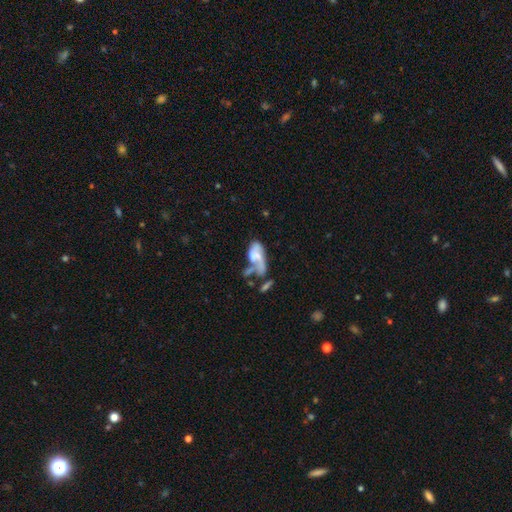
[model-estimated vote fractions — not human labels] featured or disk 56%, smooth 35%, star or artifact 9%. Down the decision tree: edge-on disk — no (94%); bar — no (72%); spiral arms — yes (56%); bulge size — none (41%); merging — merger (36%).